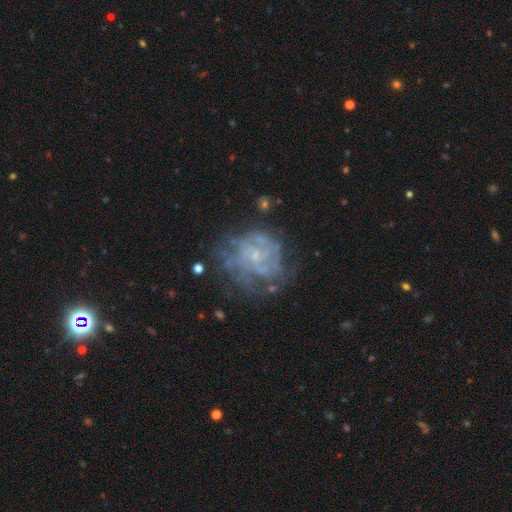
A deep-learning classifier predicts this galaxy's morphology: Smooth or featured: featured or disk — 75% (smooth — 14%)
Edge-on disk: no — 98% (yes — 2%)
Bar: no — 75% (weak — 22%)
Spiral arms: yes — 75% (no — 25%)
Spiral winding: tight — 58% (medium — 31%)
Spiral arm count: can't tell — 51% (4 — 14%)
Bulge size: small — 65% (none — 18%)
Merging: none — 61% (minor disturbance — 20%)